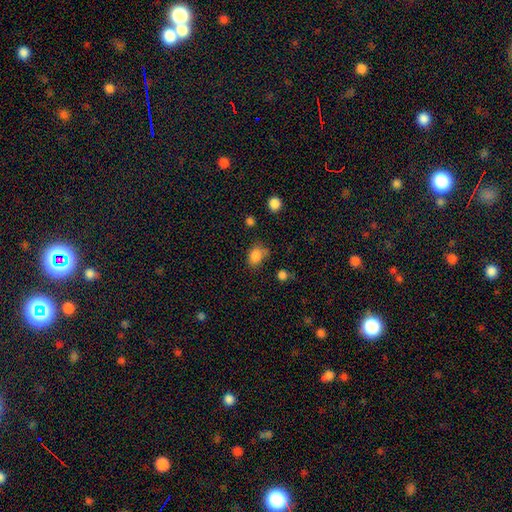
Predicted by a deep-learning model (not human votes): smooth-or-featured: smooth: 84% | star or artifact: 11% | featured or disk: 5%
  how-rounded: in between: 65% | round: 34% | cigar-shaped: 1%
  merging: none: 62% | minor disturbance: 25% | major disturbance: 7% | merger: 6%